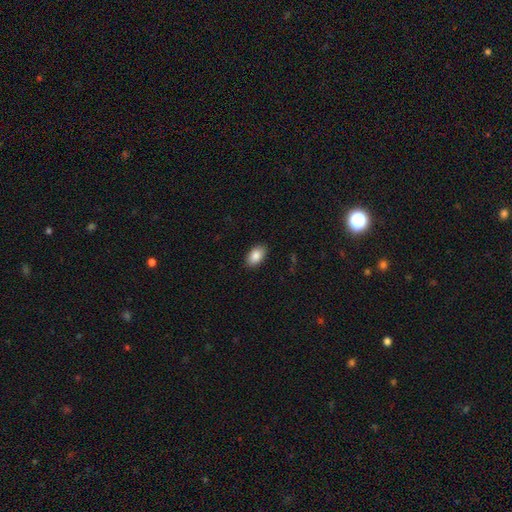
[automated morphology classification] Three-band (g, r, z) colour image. It shows a smooth galaxy with no disk features (87%) that is in between round and cigar-shaped (91%). Merging: none (88%).